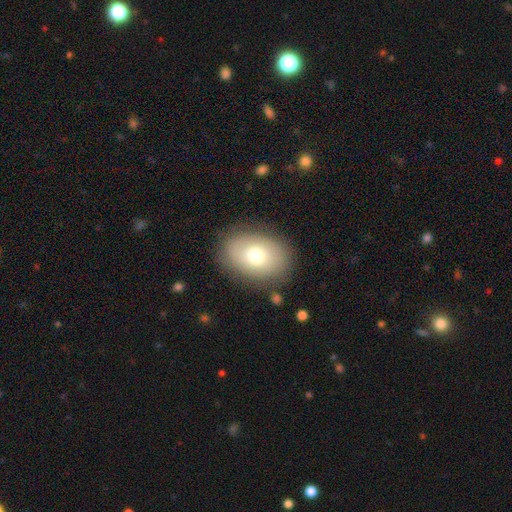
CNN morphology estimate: A smooth galaxy with no disk features (68%) that is in between round and cigar-shaped (78%).

Vote fractions:
- Smooth or featured? smooth: 68% / featured or disk: 23% / star or artifact: 8%
- How rounded? in between: 78% / round: 21% / cigar-shaped: 1%
- Merging? none: 81% / minor disturbance: 13% / major disturbance: 4% / merger: 2%